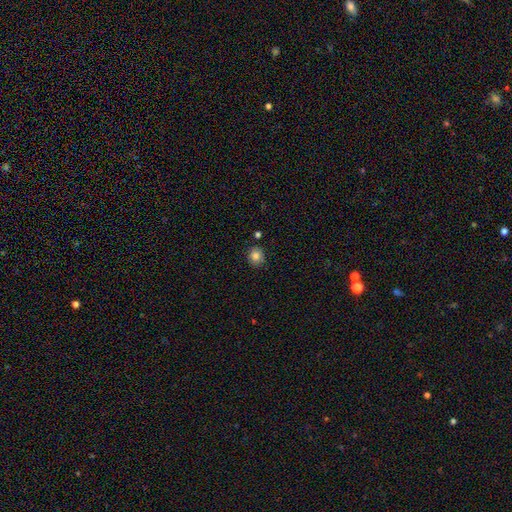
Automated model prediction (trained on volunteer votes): A smooth galaxy with no disk features (83%) that is round (78%). Merging: none (85%).